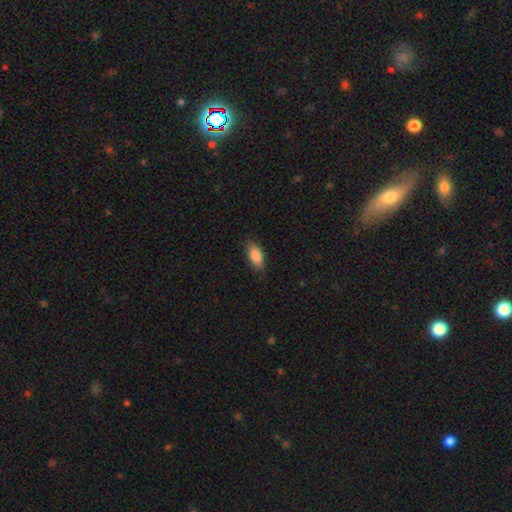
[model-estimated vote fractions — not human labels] This is clearly a smooth galaxy (88%). How rounded: clearly in between (88%). Merging: clearly none (82%).